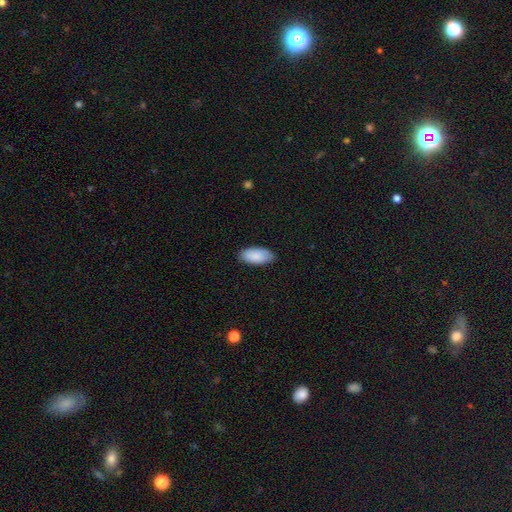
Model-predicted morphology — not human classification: type=smooth (89%); roundness=in between (94%); merging=none (85%).